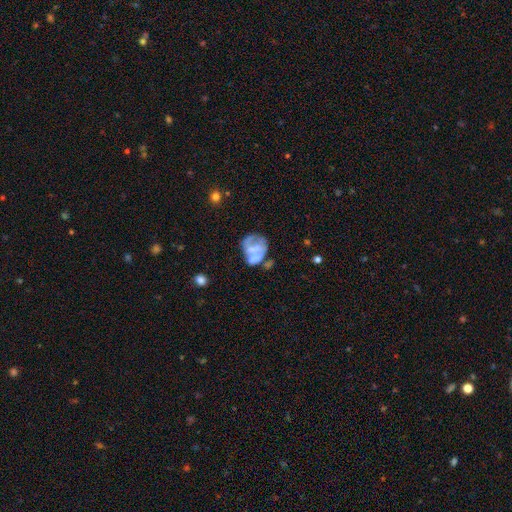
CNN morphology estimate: smooth-or-featured: featured or disk: 49% | smooth: 40% | star or artifact: 10%
  merging: none: 32% | major disturbance: 26% | minor disturbance: 21% | merger: 21%